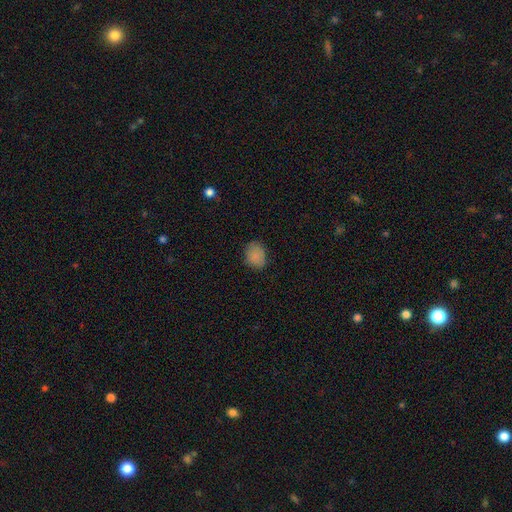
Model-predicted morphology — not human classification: smooth 85%, star or artifact 10%, featured or disk 5%. Down the decision tree: how rounded — in between (50%); merging — none (79%).